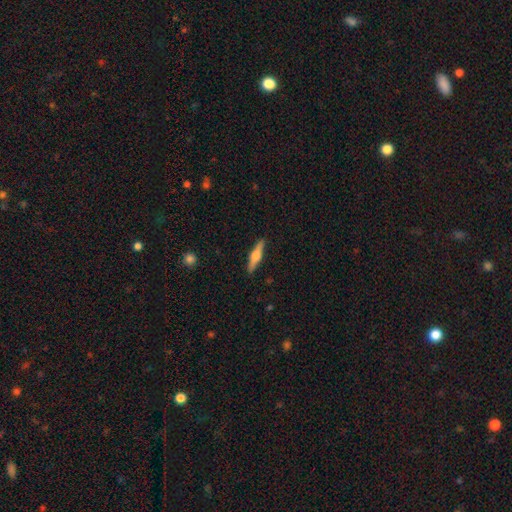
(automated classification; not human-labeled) Overall: featured or disk (61%; smooth 33%). Edge-on disk: yes (97%). Edge-on bulge: rounded (92%). Merging: none (90%).